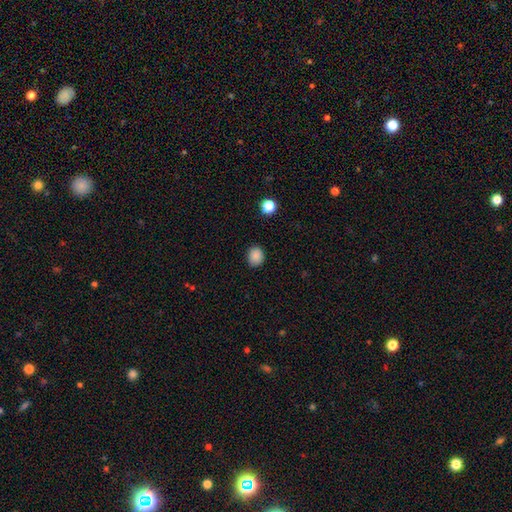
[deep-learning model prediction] Overall: smooth (86%). How rounded: round (66%; in between 33%). Merging: none (87%).